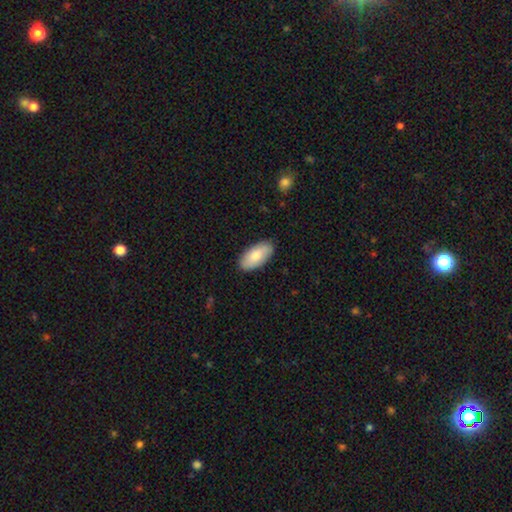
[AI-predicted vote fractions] Overall: smooth (78%). How rounded: in between (93%). Merging: none (87%).